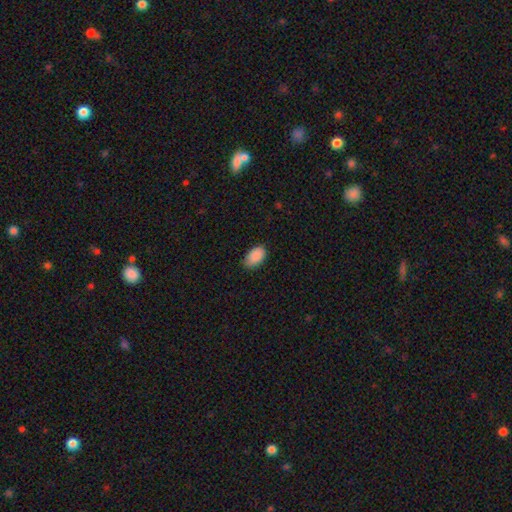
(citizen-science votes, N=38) smooth-or-featured: smooth: 95% | star or artifact: 5% | featured or disk: 0%
  how-rounded: in between: 89% | round: 8% | cigar-shaped: 3%
  merging: none: 69% | minor disturbance: 28% | major disturbance: 3% | merger: 0%